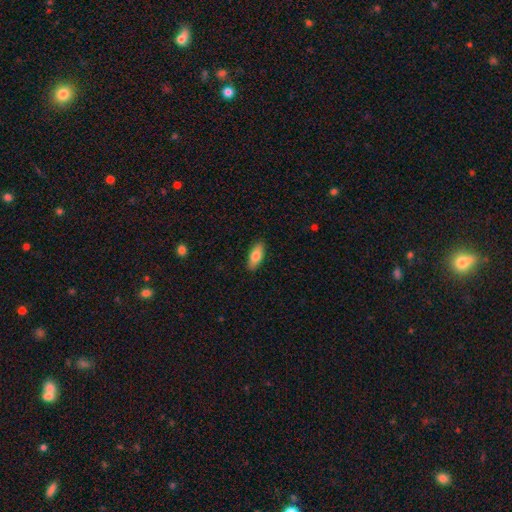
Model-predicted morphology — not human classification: Q: Smooth or featured?
A: smooth (77%); runner-up: featured or disk (17%)
Q: How rounded?
A: in between (75%); runner-up: cigar-shaped (22%)
Q: Merging?
A: none (89%); runner-up: minor disturbance (8%)